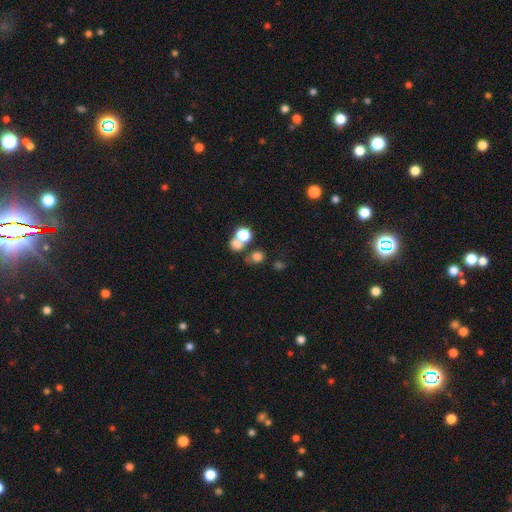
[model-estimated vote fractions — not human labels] Q: Smooth or featured?
A: smooth (47%); runner-up: star or artifact (41%)
Q: Merging?
A: none (59%); runner-up: merger (27%)